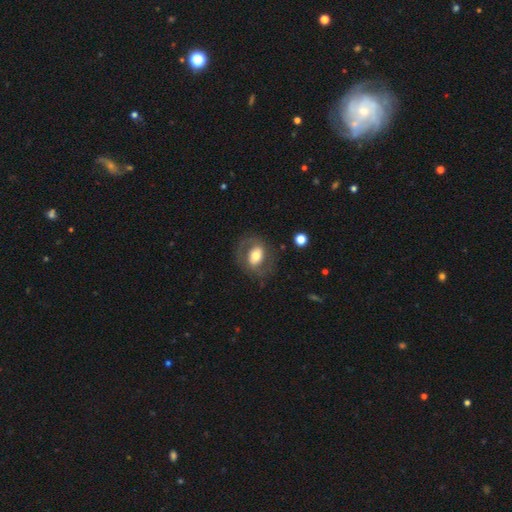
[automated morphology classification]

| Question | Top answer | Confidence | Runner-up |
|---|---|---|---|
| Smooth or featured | featured or disk | 46% | tied: smooth (46%) |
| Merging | none | 72% | minor disturbance (15%) |